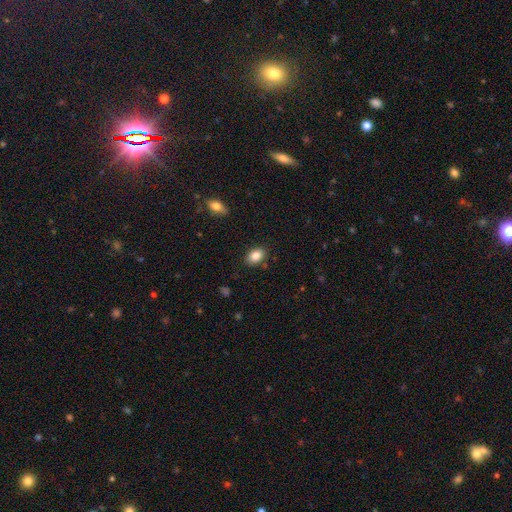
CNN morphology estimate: Smooth or featured? smooth (86%)
How rounded? in between (84%)
Merging? none (85%)